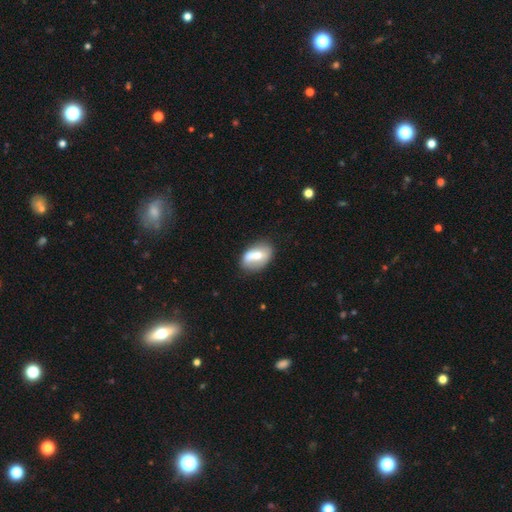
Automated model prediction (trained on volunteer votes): smooth-or-featured: smooth: 55% | featured or disk: 38% | star or artifact: 7%
  how-rounded: in between: 84% | round: 14% | cigar-shaped: 2%
  merging: none: 52% | merger: 25% | minor disturbance: 17% | major disturbance: 6%